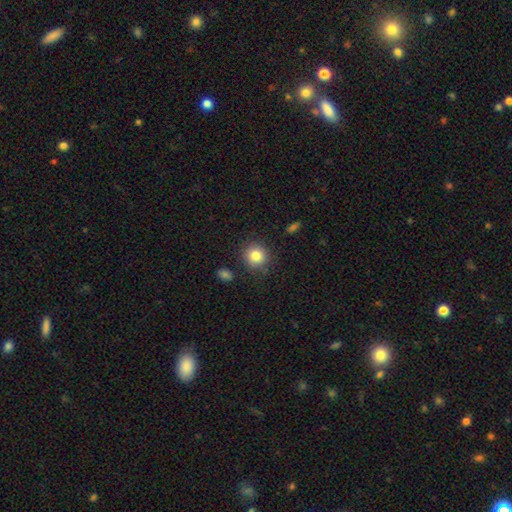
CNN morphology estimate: Overall: smooth (83%). How rounded: round (91%). Merging: none (86%).